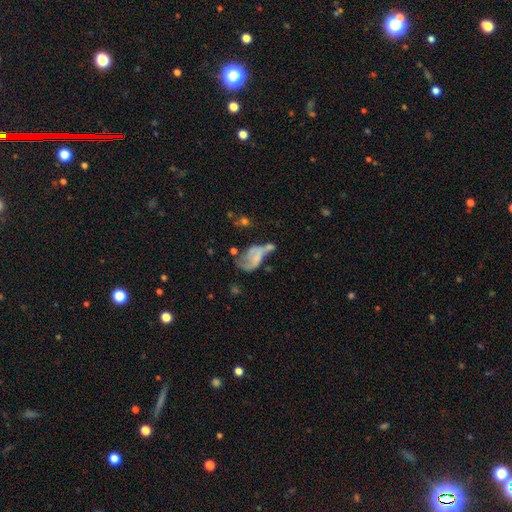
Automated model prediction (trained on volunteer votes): Smooth or featured? Predicted: featured or disk (p=0.49). Merging? Predicted: major disturbance (p=0.36).